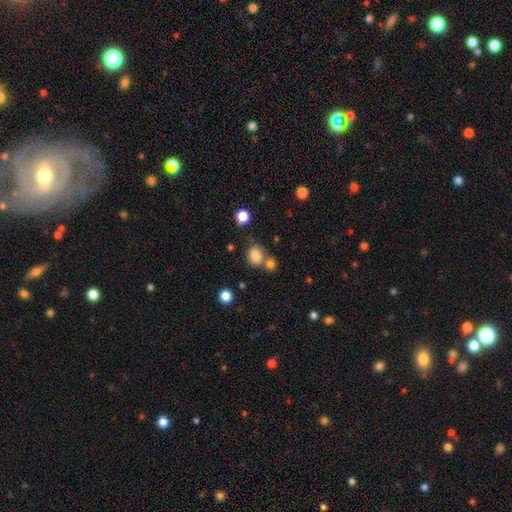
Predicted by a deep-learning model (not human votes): Smooth or featured?
  - smooth: 83% *
  - star or artifact: 12%
  - featured or disk: 6%
How rounded?
  - round: 57% *
  - in between: 42%
  - cigar-shaped: 1%
Merging?
  - none: 55% *
  - merger: 27%
  - minor disturbance: 13%
  - major disturbance: 5%